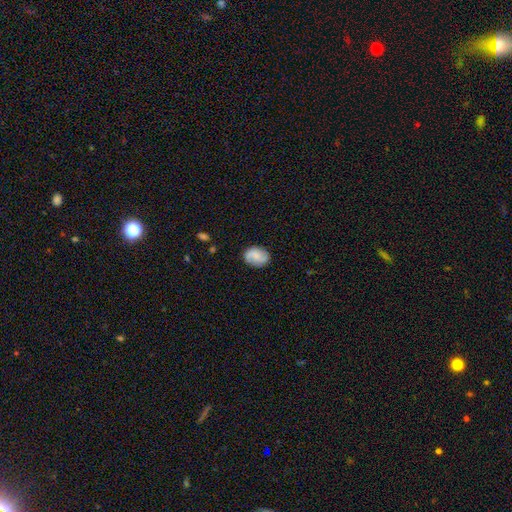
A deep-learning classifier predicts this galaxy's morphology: Smooth or featured? smooth (48%)
Merging? none (80%)